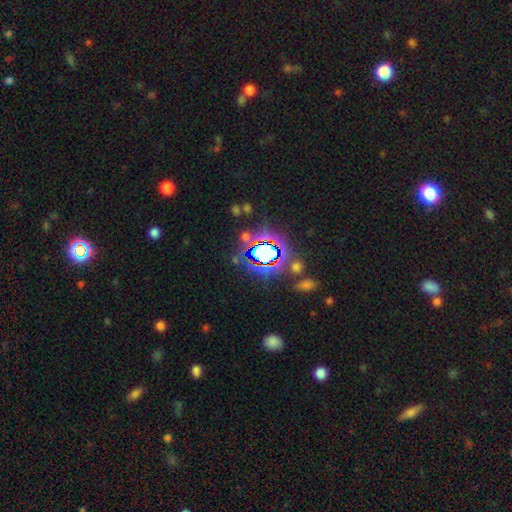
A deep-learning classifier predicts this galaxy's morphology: This appears to be a star or artifact, not a galaxy (79%).